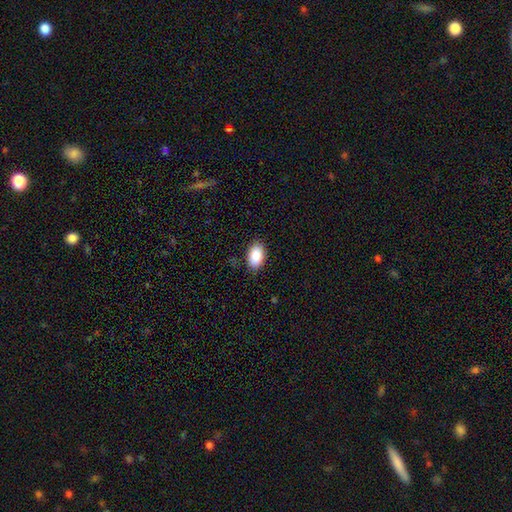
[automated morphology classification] Smooth or featured: smooth — 88% (star or artifact — 7%)
How rounded: in between — 92% (round — 6%)
Merging: none — 86% (minor disturbance — 11%)